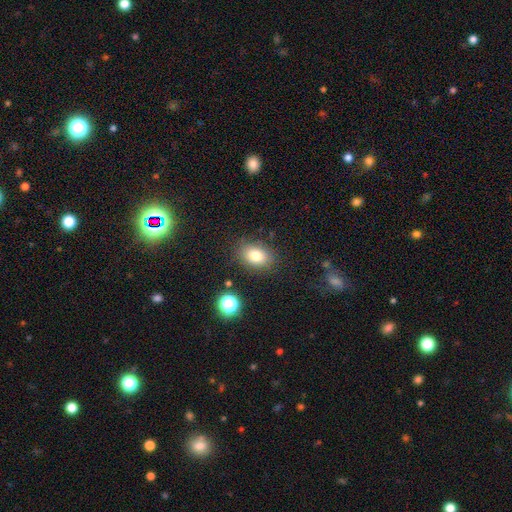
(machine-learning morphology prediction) smooth 79%, star or artifact 12%, featured or disk 9%. Down the decision tree: how rounded — in between (70%); merging — none (82%).